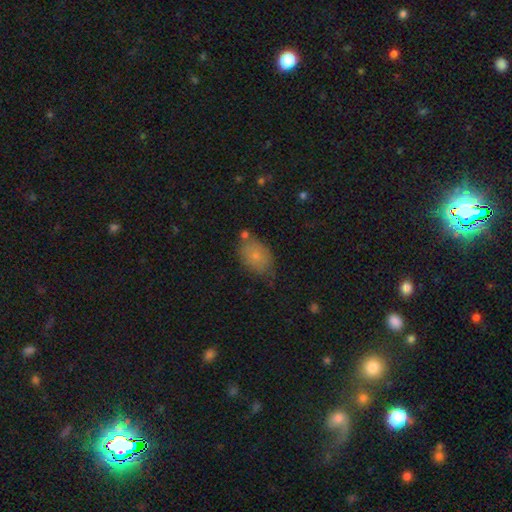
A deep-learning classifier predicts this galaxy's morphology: Overall: smooth (77%). How rounded: in between (85%). Merging: none (65%).